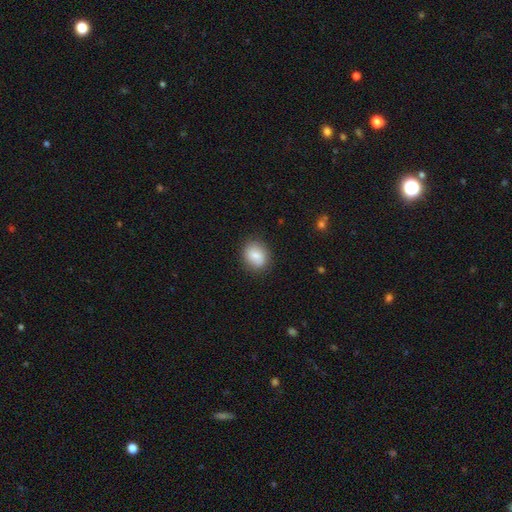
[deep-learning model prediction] This is clearly a smooth galaxy (84%). How rounded: possibly round (54%). Merging: clearly none (86%).